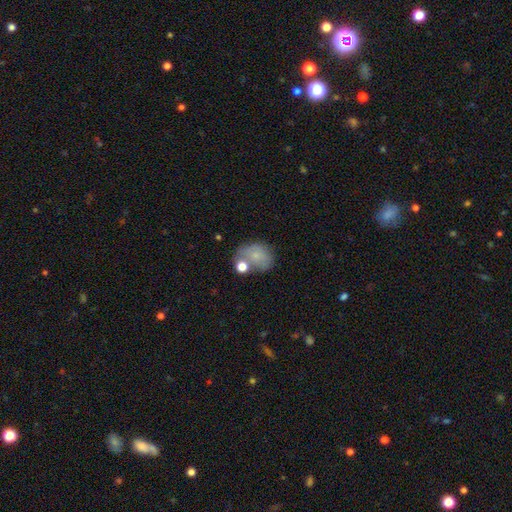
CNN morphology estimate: smooth-or-featured: smooth: 72% | featured or disk: 18% | star or artifact: 10%
  how-rounded: in between: 54% | round: 45% | cigar-shaped: 1%
  merging: none: 48% | merger: 22% | minor disturbance: 21% | major disturbance: 10%